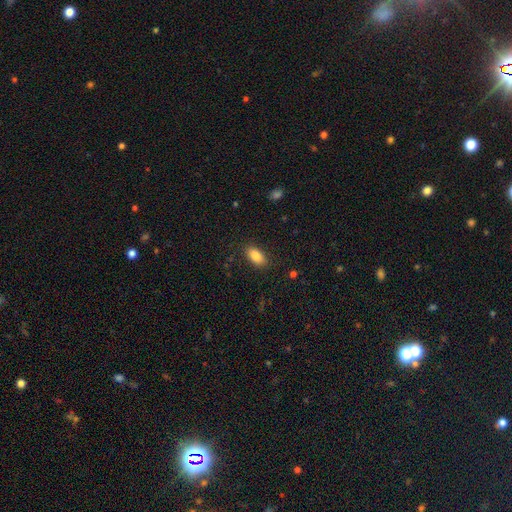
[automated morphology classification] A smooth galaxy with no disk features (87%) that is in between round and cigar-shaped (91%).

Vote fractions:
- Smooth or featured? smooth: 87% / star or artifact: 8% / featured or disk: 5%
- How rounded? in between: 91% / round: 4% / cigar-shaped: 4%
- Merging? none: 86% / minor disturbance: 10% / major disturbance: 3% / merger: 1%